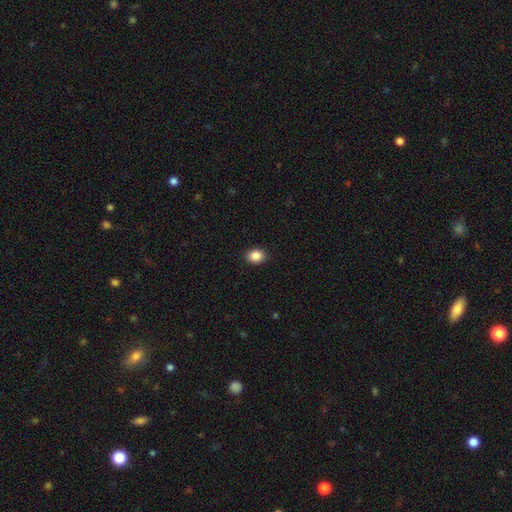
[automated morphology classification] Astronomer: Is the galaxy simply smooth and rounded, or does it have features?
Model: smooth — 88%.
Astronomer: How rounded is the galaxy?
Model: in between — 53% (runner-up: round, 46%).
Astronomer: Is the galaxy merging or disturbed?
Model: none — 91%.